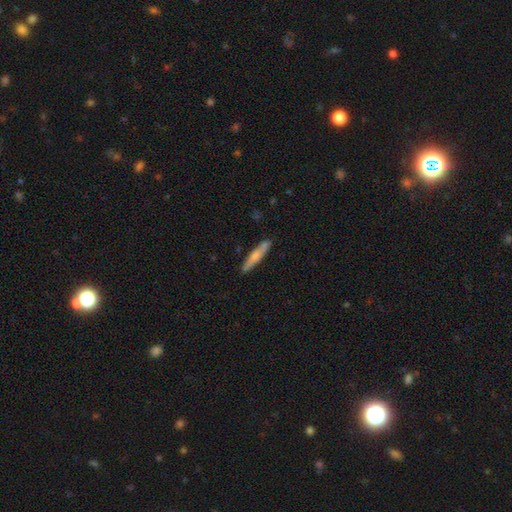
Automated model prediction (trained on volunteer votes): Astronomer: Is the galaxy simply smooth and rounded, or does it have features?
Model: smooth — 63%.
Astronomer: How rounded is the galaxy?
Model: cigar-shaped — 91%.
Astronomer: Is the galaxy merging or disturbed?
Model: none — 86%.